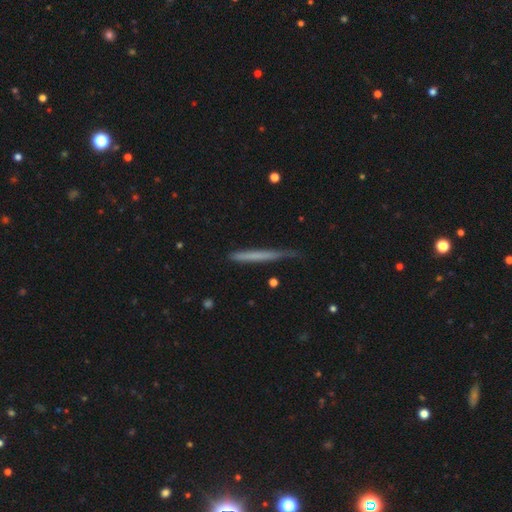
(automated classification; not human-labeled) This is possibly a smooth galaxy (57%). How rounded: clearly cigar-shaped (97%). Merging: likely none (72%).